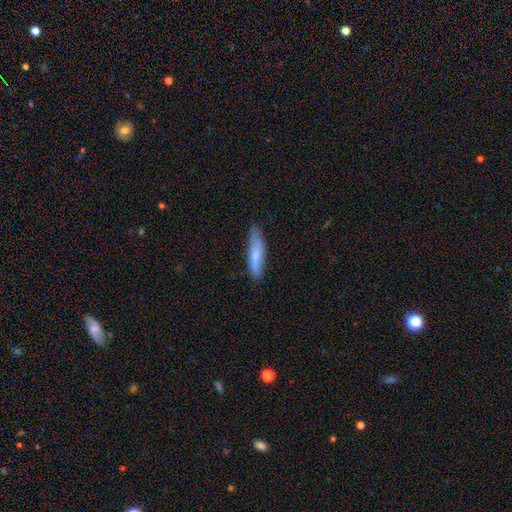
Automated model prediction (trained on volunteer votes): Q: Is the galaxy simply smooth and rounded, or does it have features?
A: smooth — 70%.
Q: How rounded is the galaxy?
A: cigar-shaped — 75%.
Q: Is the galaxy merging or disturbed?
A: none — 77%.